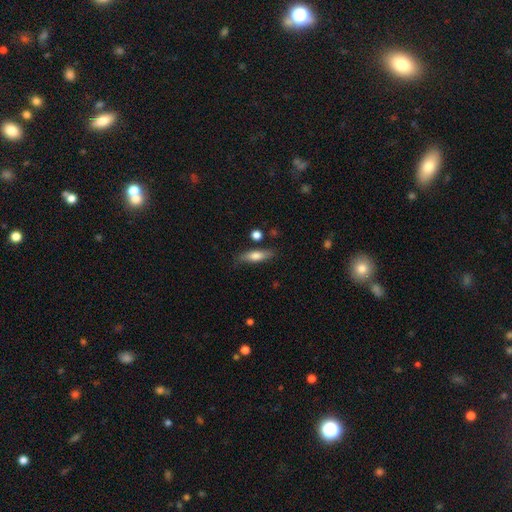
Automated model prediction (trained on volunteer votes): Smooth or featured?
  - smooth: 69% *
  - featured or disk: 24%
  - star or artifact: 7%
How rounded?
  - cigar-shaped: 56% *
  - in between: 42%
  - round: 3%
Merging?
  - none: 77% *
  - minor disturbance: 15%
  - merger: 4%
  - major disturbance: 4%